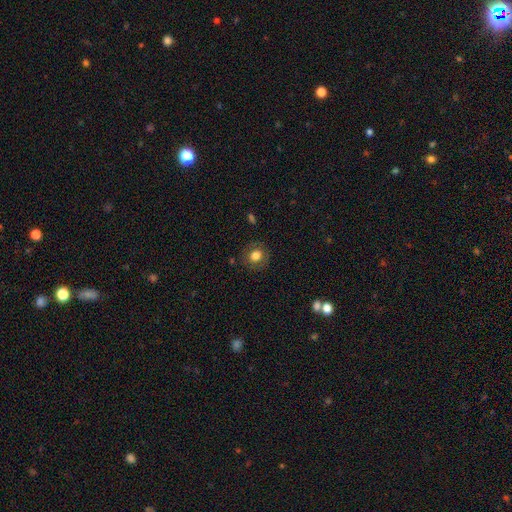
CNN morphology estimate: The model was most divided on "smooth or featured": smooth: 76%, featured or disk: 14%, star or artifact: 10%. More confident: merging — none (85%); how rounded — round (83%).